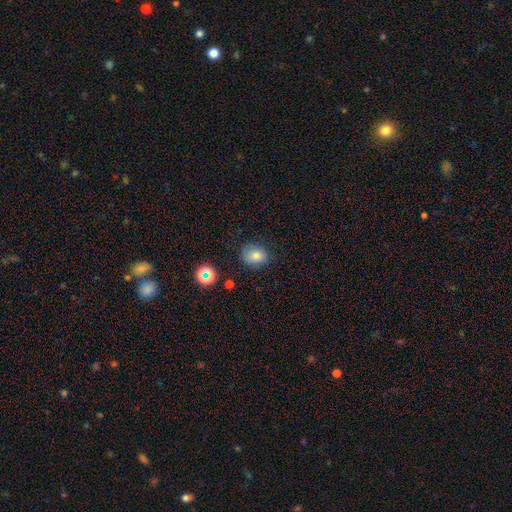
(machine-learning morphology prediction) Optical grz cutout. It shows a smooth galaxy with no disk features (77%) that is round (59%). Merging: none (76%).